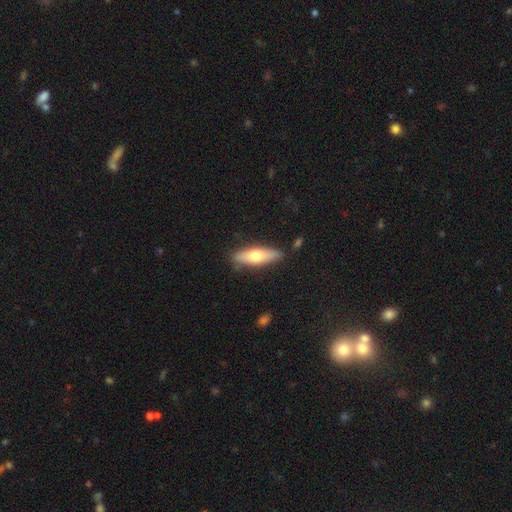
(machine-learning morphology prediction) This is likely a smooth galaxy (61%). How rounded: possibly cigar-shaped (49%). Merging: clearly none (83%).